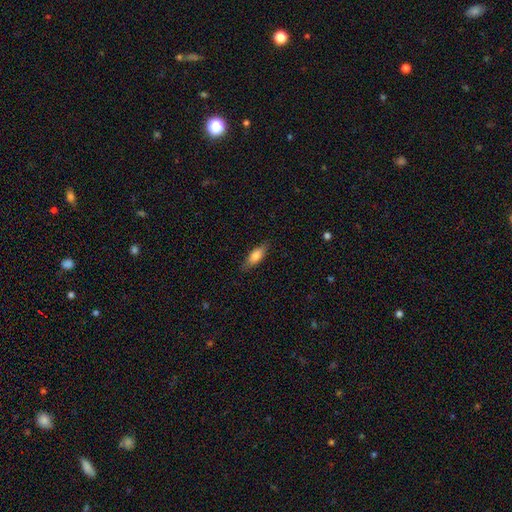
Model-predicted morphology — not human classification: smooth-or-featured: smooth: 74% | featured or disk: 19% | star or artifact: 6%
  how-rounded: in between: 62% | cigar-shaped: 35% | round: 2%
  merging: none: 84% | minor disturbance: 13% | major disturbance: 3% | merger: 1%